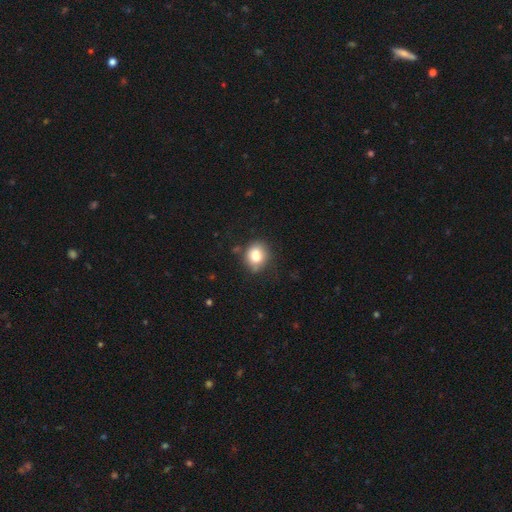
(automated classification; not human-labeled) The model was most divided on "how rounded": round: 67%, in between: 32%, cigar-shaped: 1%. More confident: smooth or featured — smooth (81%); merging — none (74%).